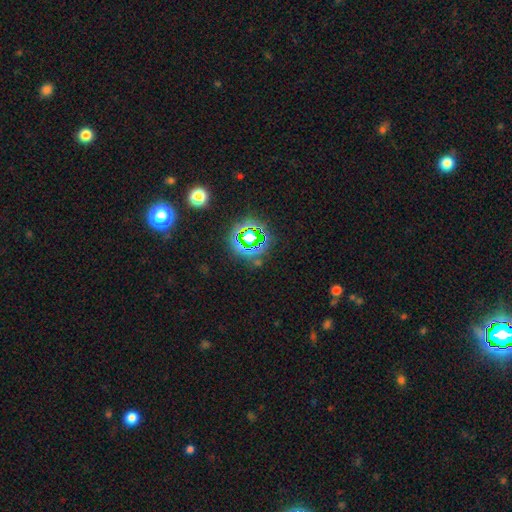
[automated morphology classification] Smooth or featured? Predicted: star or artifact (p=0.73).